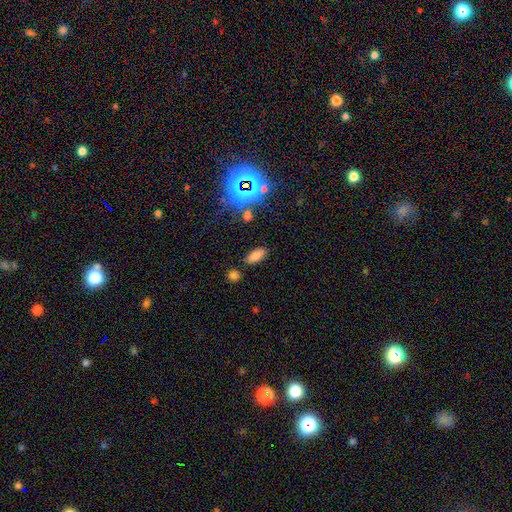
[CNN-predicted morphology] A smooth galaxy with no disk features (76%) that is in between round and cigar-shaped (83%).

Vote fractions:
- Smooth or featured? smooth: 76% / star or artifact: 16% / featured or disk: 8%
- How rounded? in between: 83% / cigar-shaped: 13% / round: 4%
- Merging? none: 83% / minor disturbance: 10% / merger: 4% / major disturbance: 3%